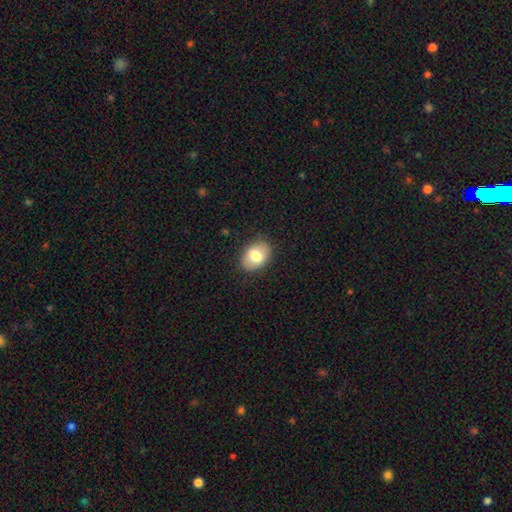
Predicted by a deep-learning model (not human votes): This appears to be a smooth galaxy with no disk features (76%) that is in between round and cigar-shaped (80%). Merging: none (84%).